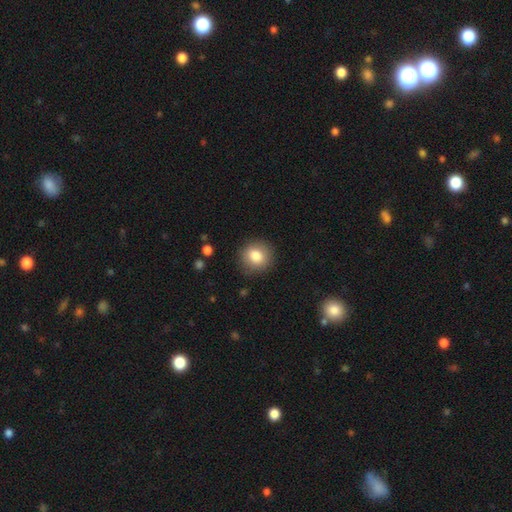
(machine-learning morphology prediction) type=smooth (82%); roundness=round (87%); merging=none (87%).